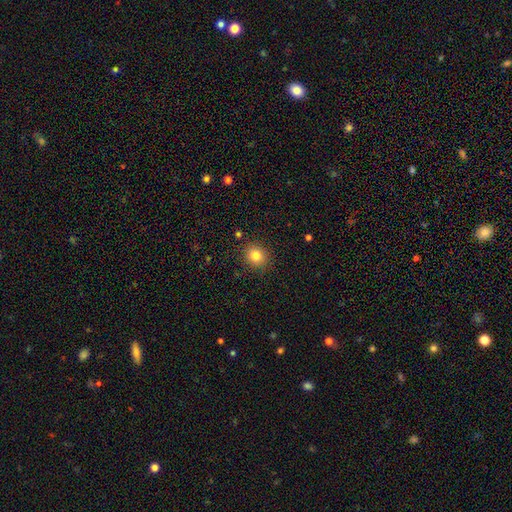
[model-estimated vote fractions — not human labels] smooth 82%, star or artifact 12%, featured or disk 7%. Down the decision tree: how rounded — round (83%); merging — none (89%).